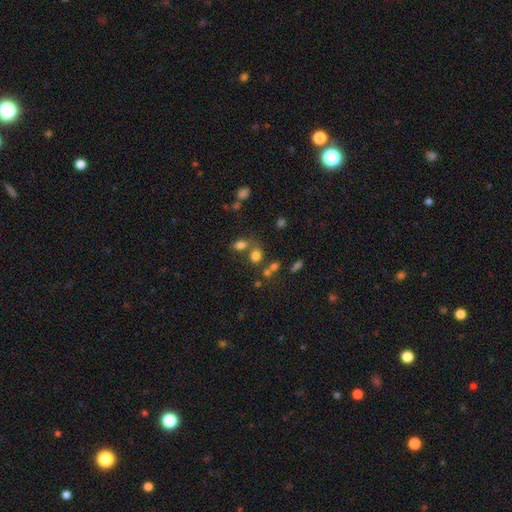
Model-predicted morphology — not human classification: Smooth or featured? Predicted: smooth (p=0.74). How rounded? Predicted: in between (p=0.55). Merging? Predicted: none (p=0.50).